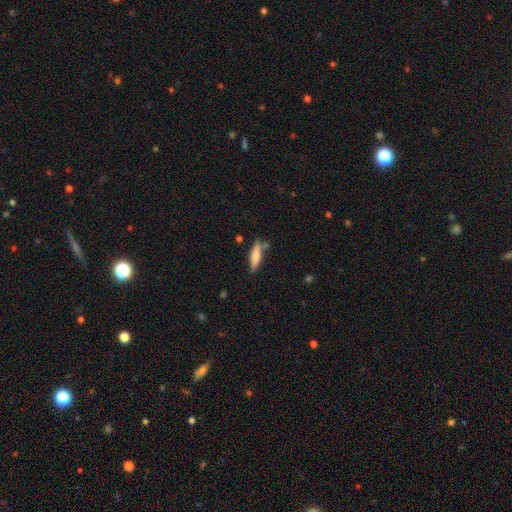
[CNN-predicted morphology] Smooth or featured? smooth (68%)
How rounded? cigar-shaped (76%)
Merging? none (73%)